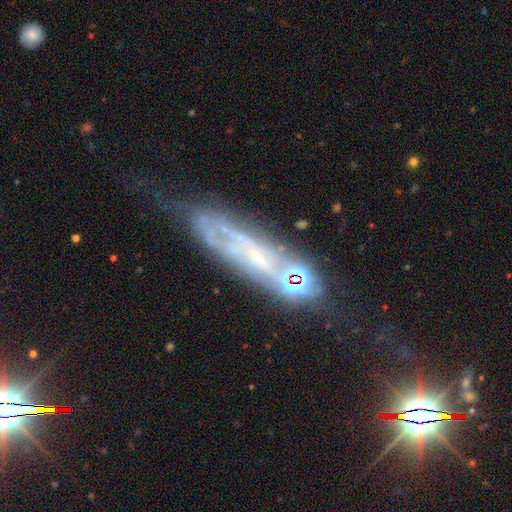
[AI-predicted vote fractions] A featured or disk galaxy (68%).

Vote fractions:
- Smooth or featured? featured or disk: 68% / smooth: 17% / star or artifact: 14%
- Edge-on disk? no: 64% / yes: 36%
- Merging? none: 49% / minor disturbance: 27% / major disturbance: 16% / merger: 8%